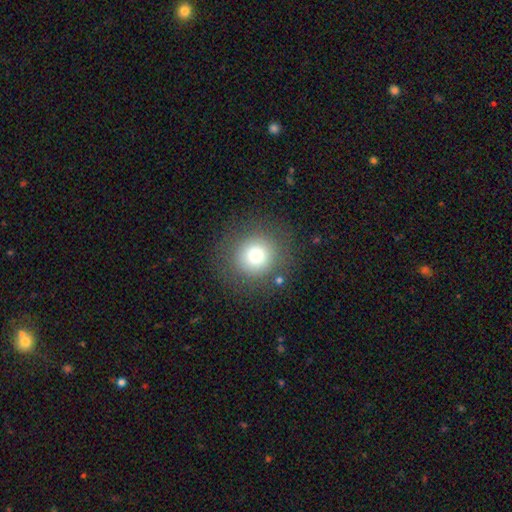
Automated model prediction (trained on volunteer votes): This is likely a smooth galaxy (74%). How rounded: clearly round (93%). Merging: clearly none (85%).